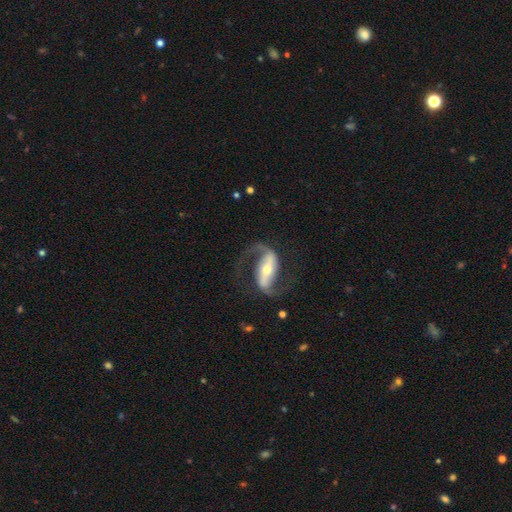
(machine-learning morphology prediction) A featured or disk galaxy (88%) with a strong bar (50%), 2 (91%) medium (48%) spiral arms (96%) and a moderate central bulge (49%). Merging: none (74%).